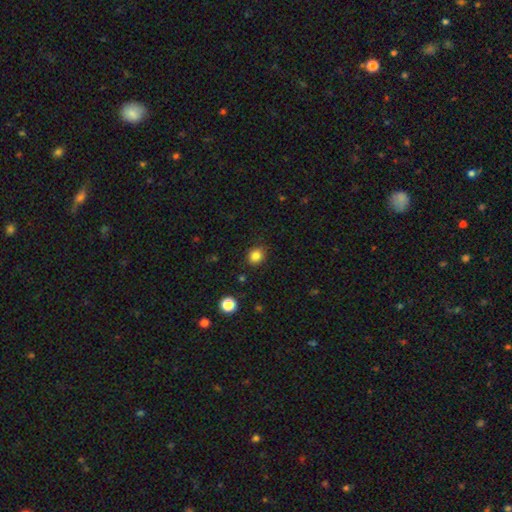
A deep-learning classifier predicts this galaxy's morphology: Smooth or featured: smooth — 84% (star or artifact — 12%)
How rounded: round — 74% (in between — 25%)
Merging: none — 87% (minor disturbance — 9%)